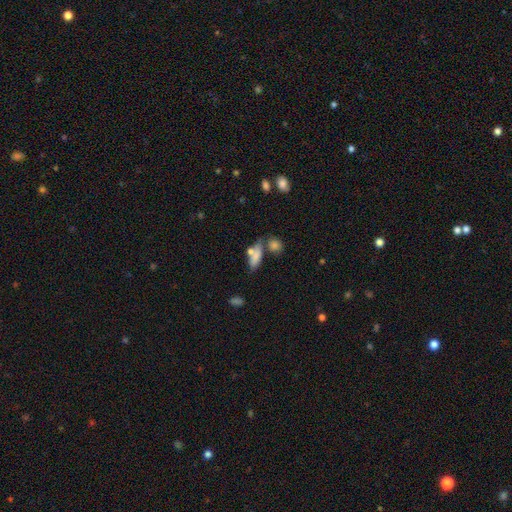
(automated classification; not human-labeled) Smooth or featured?
  - smooth: 75% *
  - featured or disk: 15%
  - star or artifact: 10%
How rounded?
  - in between: 64% *
  - cigar-shaped: 31%
  - round: 6%
Merging?
  - none: 48% *
  - merger: 26%
  - minor disturbance: 18%
  - major disturbance: 8%